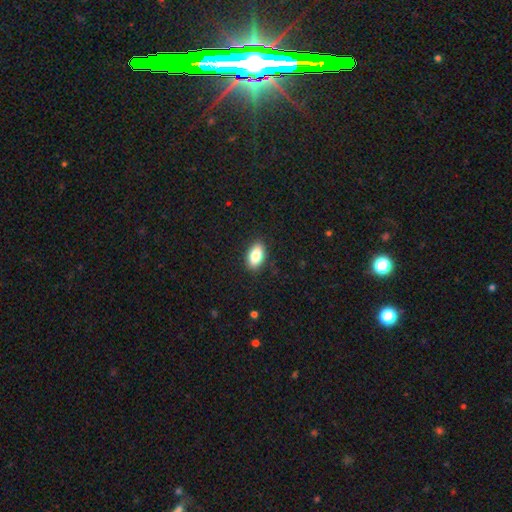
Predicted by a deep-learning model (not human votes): This is clearly a smooth galaxy (82%). How rounded: clearly in between (91%). Merging: clearly none (88%).